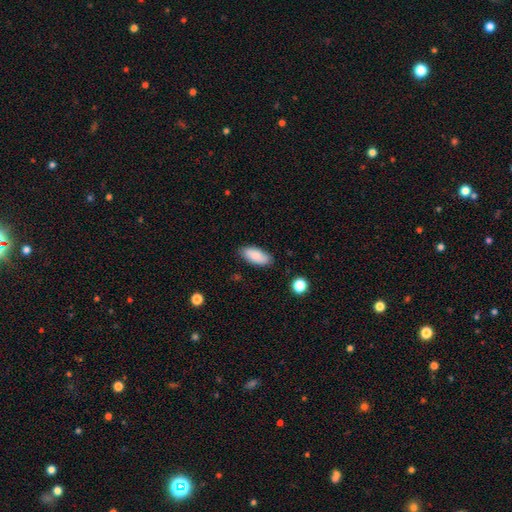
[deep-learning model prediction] smooth-or-featured: smooth: 85% | featured or disk: 8% | star or artifact: 6%
  how-rounded: in between: 87% | cigar-shaped: 11% | round: 2%
  merging: none: 84% | minor disturbance: 12% | major disturbance: 2% | merger: 1%